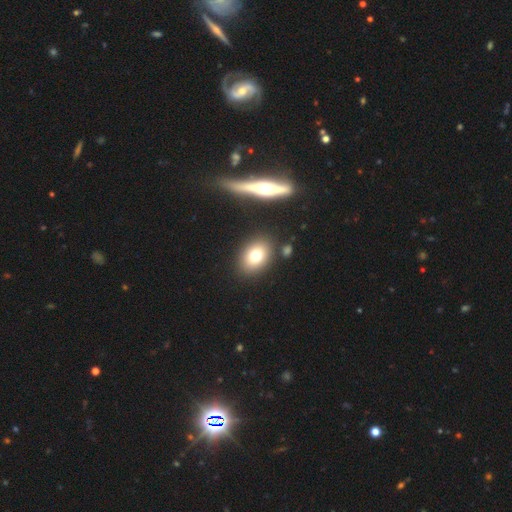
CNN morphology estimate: Smooth or featured? smooth (74%)
How rounded? in between (67%)
Merging? none (84%)